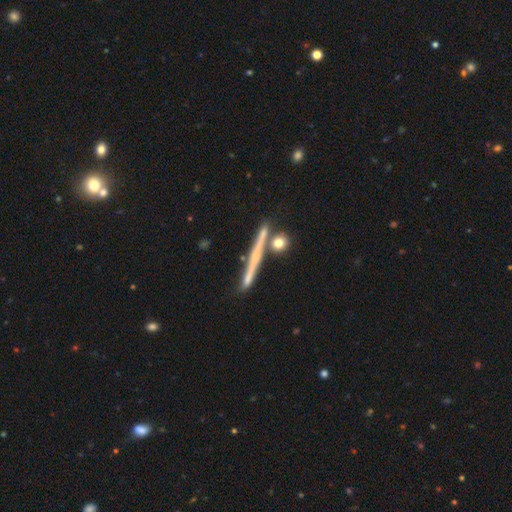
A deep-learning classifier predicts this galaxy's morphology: Smooth or featured? featured or disk (61%)
Edge-on disk? yes (95%)
Edge-on bulge? none (68%)
Merging? none (76%)